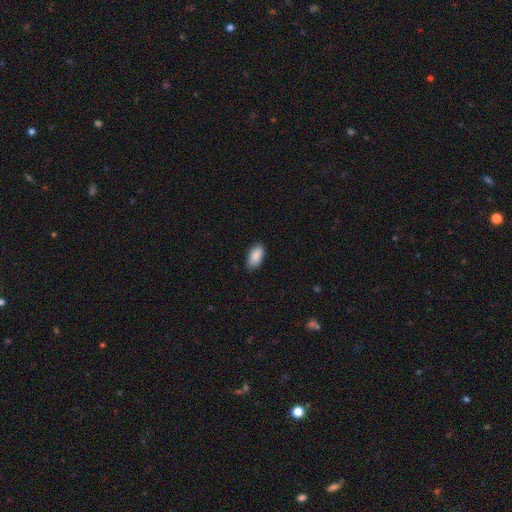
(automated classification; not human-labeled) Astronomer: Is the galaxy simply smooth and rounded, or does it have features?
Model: smooth — 90%.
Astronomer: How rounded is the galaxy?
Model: in between — 93%.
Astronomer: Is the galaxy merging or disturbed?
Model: none — 82%.